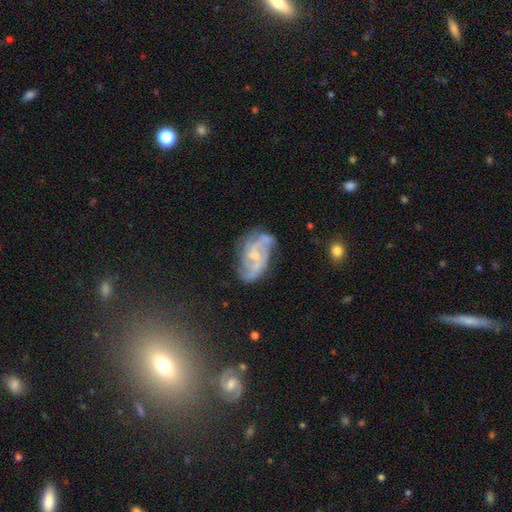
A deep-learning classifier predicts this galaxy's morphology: Smooth or featured: featured or disk — 80% (smooth — 12%)
Edge-on disk: no — 97% (yes — 3%)
Bar: weak — 47% (no — 42%)
Spiral arms: yes — 91% (no — 9%)
Spiral winding: medium — 47% (loose — 26%)
Spiral arm count: 2 — 51% (can't tell — 20%)
Bulge size: small — 55% (moderate — 25%)
Merging: none — 62% (minor disturbance — 23%)